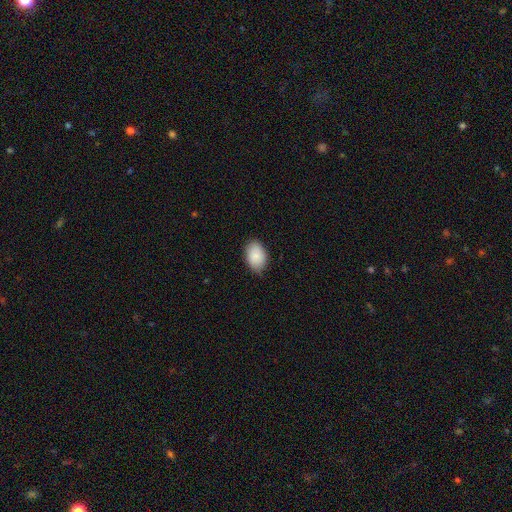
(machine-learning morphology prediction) Overall: smooth (88%). How rounded: in between (85%). Merging: none (79%).